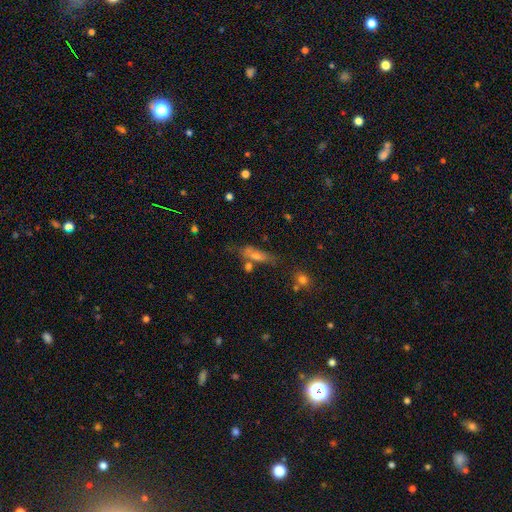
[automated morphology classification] A smooth galaxy with no disk features (53%) that is cigar-shaped (55%). Merging: none (59%).